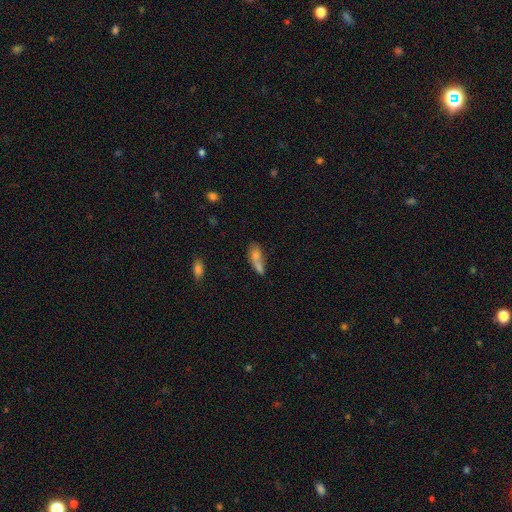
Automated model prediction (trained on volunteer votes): Smooth or featured? Predicted: smooth (p=0.66). How rounded? Predicted: in between (p=0.66). Merging? Predicted: merger (p=0.40).